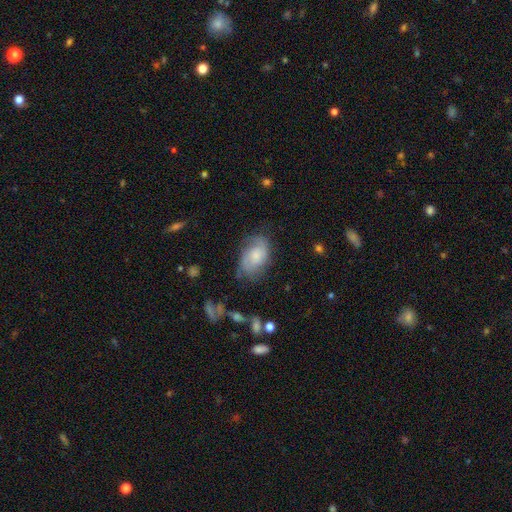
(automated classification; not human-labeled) Smooth or featured: featured or disk — 53% (smooth — 38%)
Edge-on disk: no — 96% (yes — 4%)
Bar: no — 69% (weak — 27%)
Spiral arms: yes — 85% (no — 15%)
Bulge size: moderate — 36% (small — 35%)
Merging: none — 60% (minor disturbance — 25%)